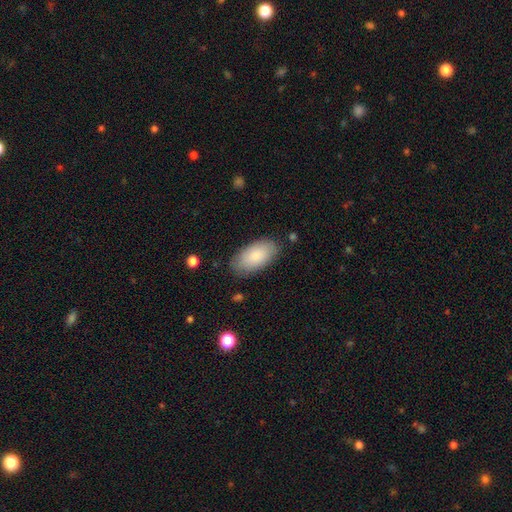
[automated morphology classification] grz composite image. It shows a smooth galaxy with no disk features (84%) that is in between round and cigar-shaped (95%). Merging: none (82%).